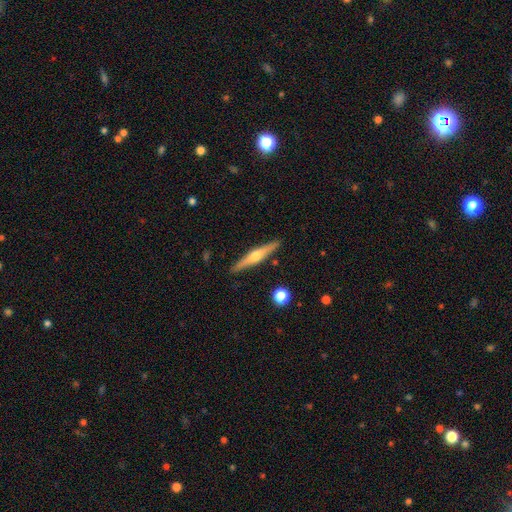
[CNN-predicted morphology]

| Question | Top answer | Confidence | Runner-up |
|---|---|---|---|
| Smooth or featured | featured or disk | 69% | smooth (26%) |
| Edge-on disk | yes | 97% | no (3%) |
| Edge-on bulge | rounded | 93% | none (4%) |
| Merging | none | 90% | minor disturbance (7%) |